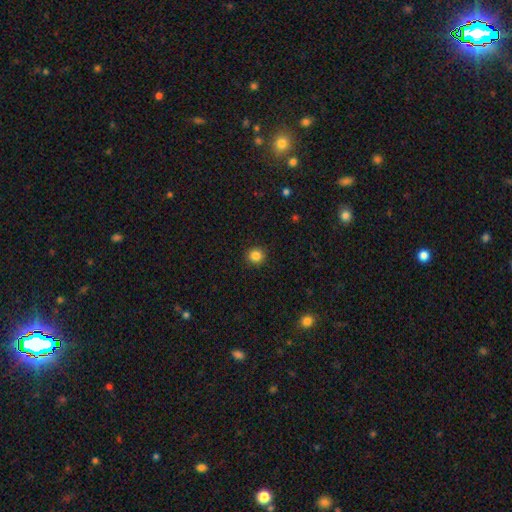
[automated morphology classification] Q: Smooth or featured?
A: smooth (85%); runner-up: star or artifact (11%)
Q: How rounded?
A: round (93%); runner-up: in between (6%)
Q: Merging?
A: none (92%); runner-up: minor disturbance (5%)